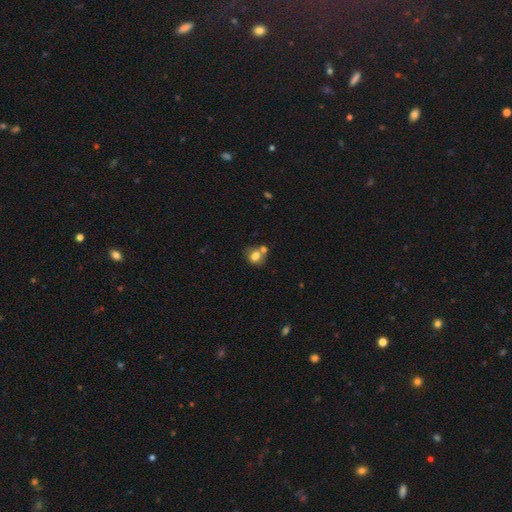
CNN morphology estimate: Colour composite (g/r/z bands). It shows a smooth galaxy with no disk features (78%) that is round (68%). Merging: none (47%).